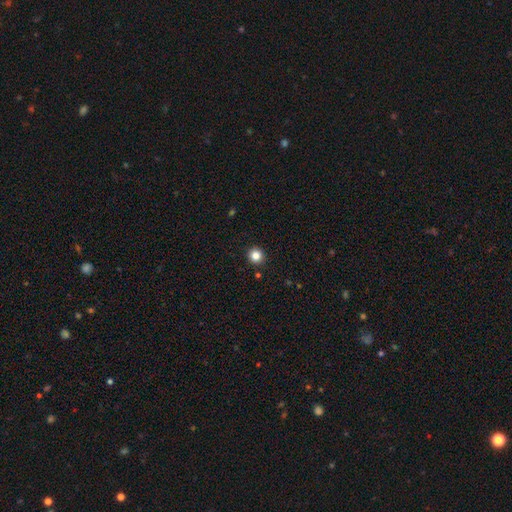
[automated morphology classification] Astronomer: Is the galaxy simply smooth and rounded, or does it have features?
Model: smooth — 84%.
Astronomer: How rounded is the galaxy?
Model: round — 94%.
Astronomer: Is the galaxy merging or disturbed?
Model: none — 93%.